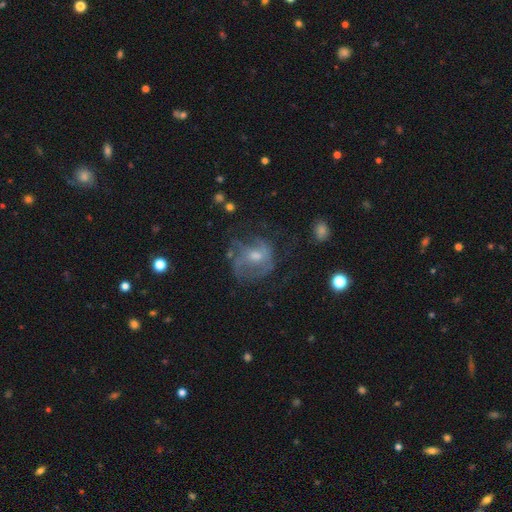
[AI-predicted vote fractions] featured or disk 61%, smooth 26%, star or artifact 13%. Down the decision tree: edge-on disk — no (97%); bar — no (64%); spiral arms — yes (57%); bulge size — moderate (52%); merging — none (48%).